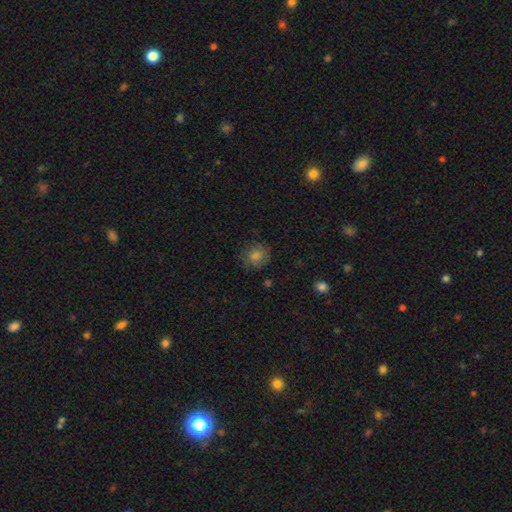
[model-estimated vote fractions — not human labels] smooth_or_featured: smooth (p=0.74) [alt: star or artifact p=0.15]
how_rounded: round (p=0.86) [alt: in between p=0.13]
merging: none (p=0.81) [alt: minor disturbance p=0.13]